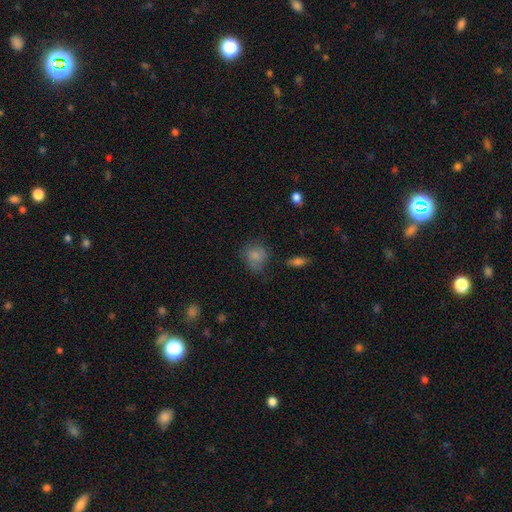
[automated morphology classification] A smooth galaxy with no disk features (78%) that is round (70%). Merging: none (60%).